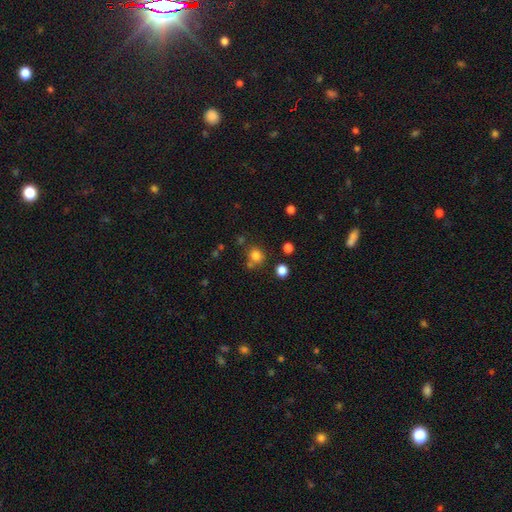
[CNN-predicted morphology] Overall: smooth (79%). How rounded: round (83%). Merging: none (69%).